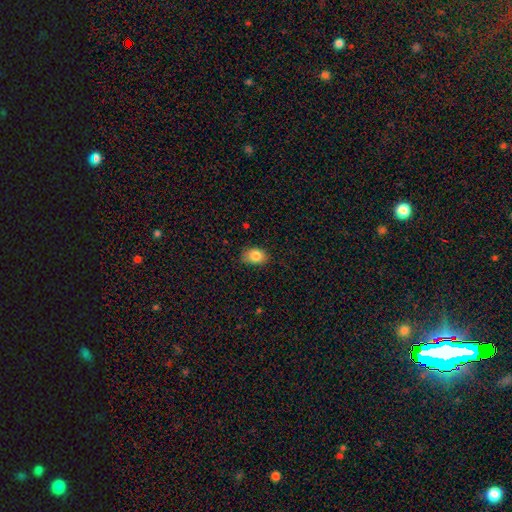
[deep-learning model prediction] Smooth or featured? smooth (84%)
How rounded? in between (75%)
Merging? none (77%)